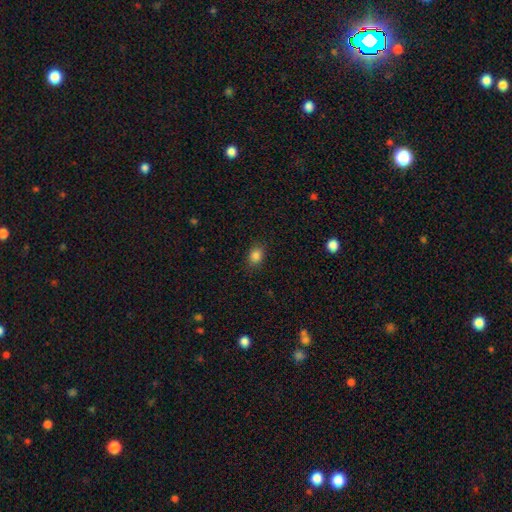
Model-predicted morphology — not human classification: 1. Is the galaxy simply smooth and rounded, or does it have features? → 85% smooth, 11% star or artifact, 4% featured or disk.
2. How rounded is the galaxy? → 67% in between, 32% round, 1% cigar-shaped.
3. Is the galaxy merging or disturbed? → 85% none, 11% minor disturbance, 3% major disturbance, 1% merger.